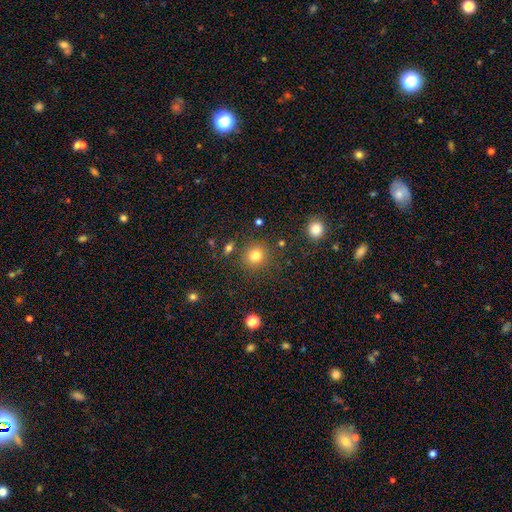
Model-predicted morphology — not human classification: smooth_or_featured: smooth (p=0.80) [alt: star or artifact p=0.14]
how_rounded: round (p=0.91) [alt: in between p=0.08]
merging: none (p=0.84) [alt: minor disturbance p=0.08]